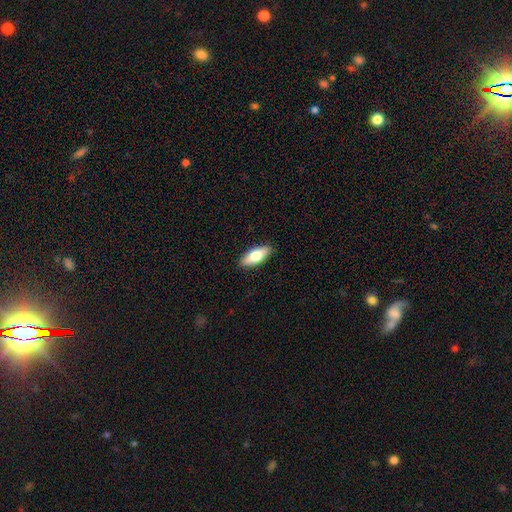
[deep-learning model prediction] Smooth or featured? smooth (69%)
How rounded? in between (76%)
Merging? none (89%)